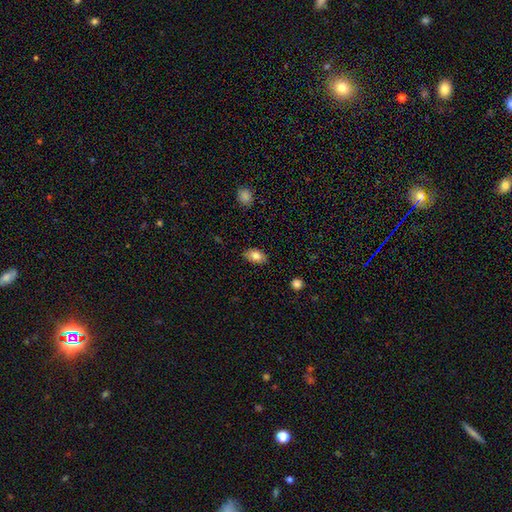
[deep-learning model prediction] Morphology: type=smooth (83%); roundness=in between (89%); merging=none (84%).